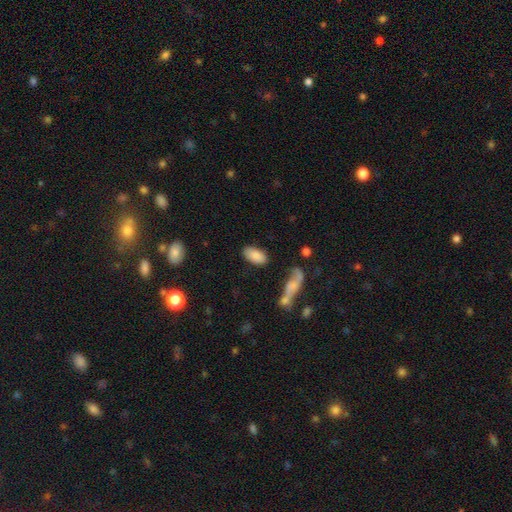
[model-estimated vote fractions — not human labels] Smooth or featured? Predicted: smooth (p=0.86). How rounded? Predicted: in between (p=0.94). Merging? Predicted: none (p=0.78).